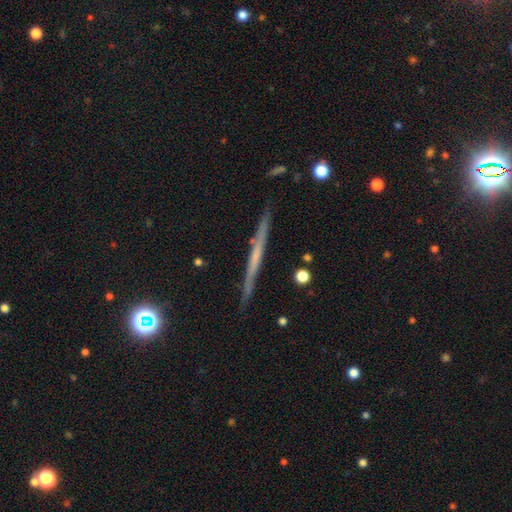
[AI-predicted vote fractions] featured or disk 63%, smooth 29%, star or artifact 8%. Down the decision tree: edge-on disk — yes (97%); edge-on bulge — none (80%); merging — none (89%).